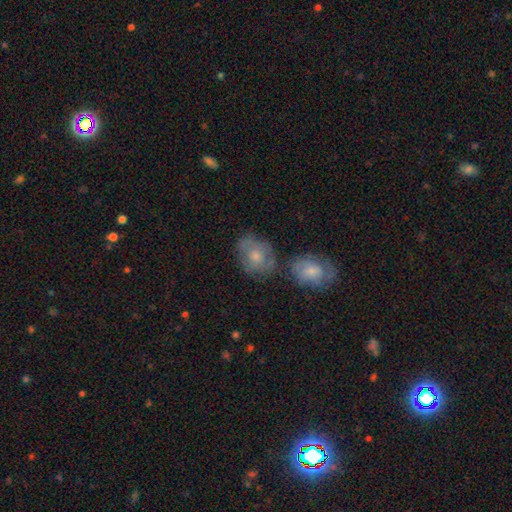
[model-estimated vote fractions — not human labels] smooth-or-featured: smooth: 55% | featured or disk: 38% | star or artifact: 7%
  how-rounded: round: 49% (tied) | in between: 49% (tied) | cigar-shaped: 1%
  merging: none: 50% | merger: 21% | minor disturbance: 20% | major disturbance: 9%